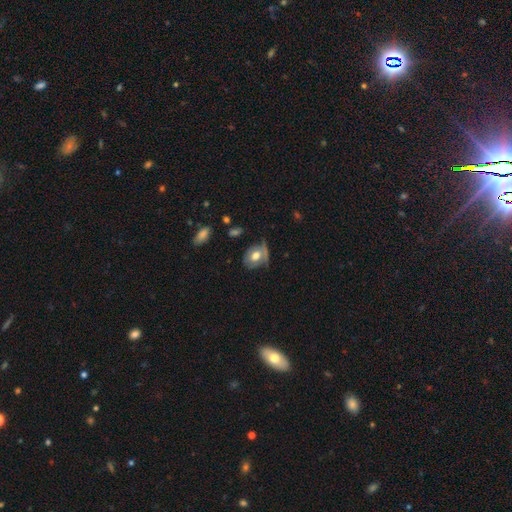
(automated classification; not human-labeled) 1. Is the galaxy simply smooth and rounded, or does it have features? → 55% smooth, 37% featured or disk, 7% star or artifact.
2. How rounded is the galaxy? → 54% in between, 45% round, 1% cigar-shaped.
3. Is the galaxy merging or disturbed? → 48% none, 32% minor disturbance, 16% major disturbance, 4% merger.